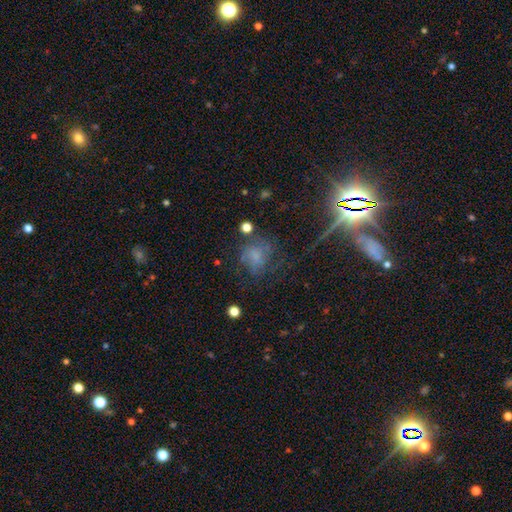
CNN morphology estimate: Q: Smooth or featured?
A: smooth (47%); runner-up: featured or disk (28%)
Q: Merging?
A: none (50%); runner-up: major disturbance (25%)